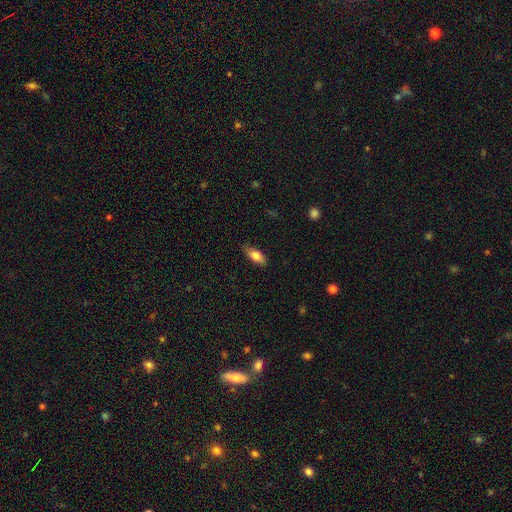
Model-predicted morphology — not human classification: The model was most divided on "smooth or featured": smooth: 76%, featured or disk: 17%, star or artifact: 7%. More confident: merging — none (84%); how rounded — in between (78%).